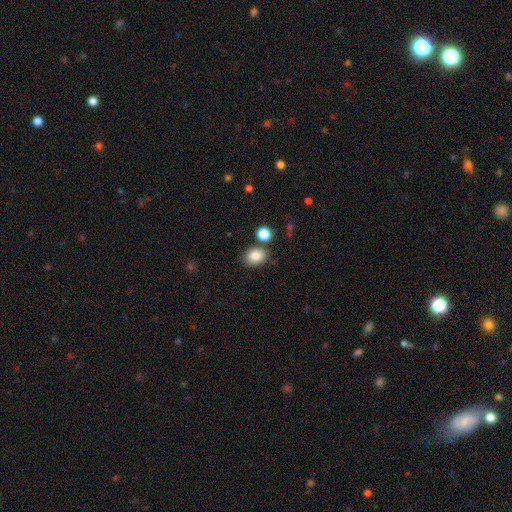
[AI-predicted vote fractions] Smooth or featured? Predicted: smooth (p=0.86). How rounded? Predicted: in between (p=0.69). Merging? Predicted: none (p=0.75).